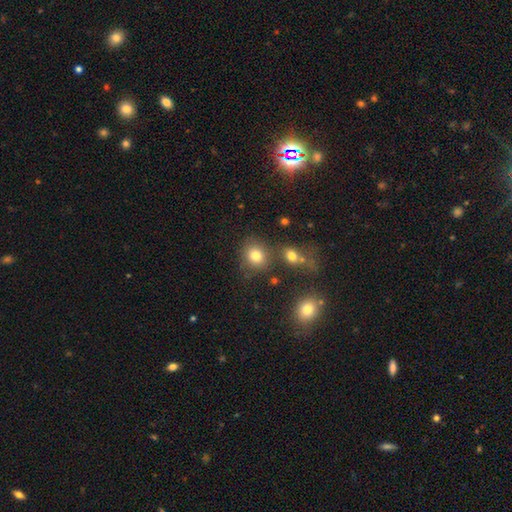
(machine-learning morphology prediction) Smooth or featured: smooth — 79% (star or artifact — 13%)
How rounded: round — 74% (in between — 24%)
Merging: none — 70% (minor disturbance — 12%)